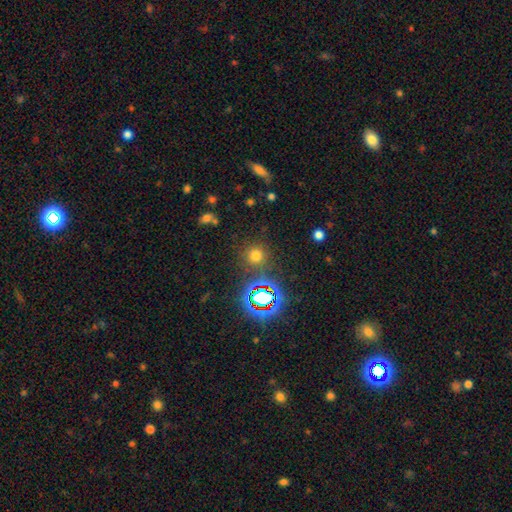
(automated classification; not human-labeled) smooth 62%, star or artifact 31%, featured or disk 7%. Down the decision tree: how rounded — round (93%); merging — none (83%).